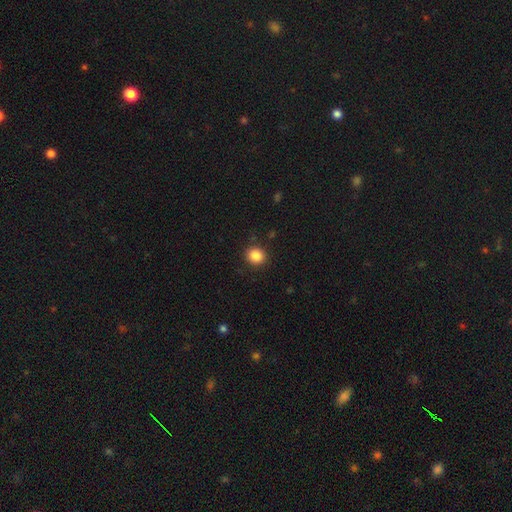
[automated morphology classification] Q: Smooth or featured?
A: smooth (86%); runner-up: star or artifact (10%)
Q: How rounded?
A: round (79%); runner-up: in between (20%)
Q: Merging?
A: none (90%); runner-up: minor disturbance (7%)